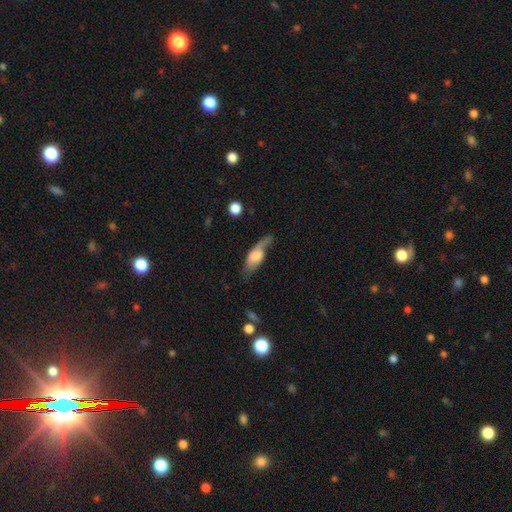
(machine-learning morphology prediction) Smooth or featured? Predicted: smooth (p=0.51). How rounded? Predicted: in between (p=0.68). Merging? Predicted: none (p=0.36).